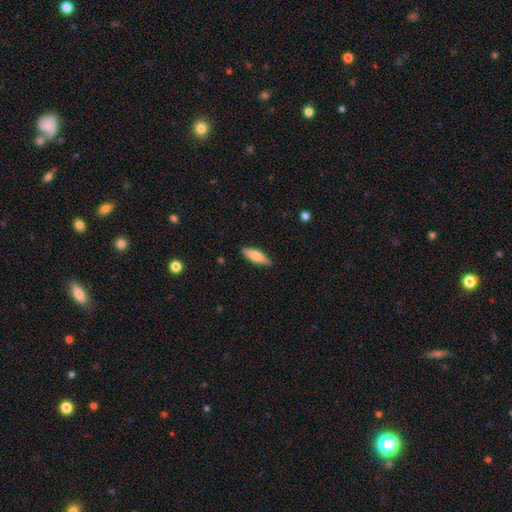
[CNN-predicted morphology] Overall: smooth (75%). How rounded: cigar-shaped (51%; in between 47%). Merging: none (87%).